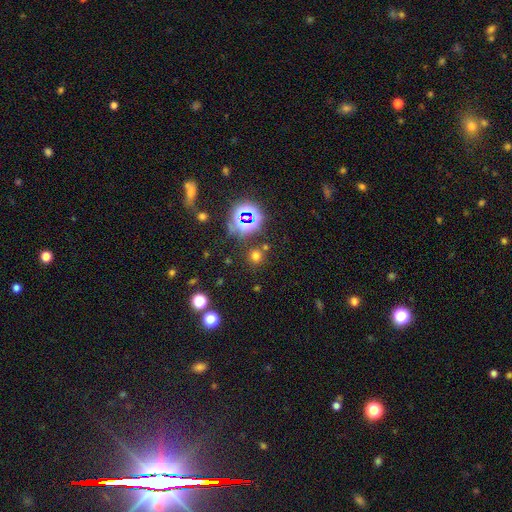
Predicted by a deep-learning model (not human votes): smooth 59%, star or artifact 34%, featured or disk 7%. Down the decision tree: how rounded — round (90%); merging — none (81%).